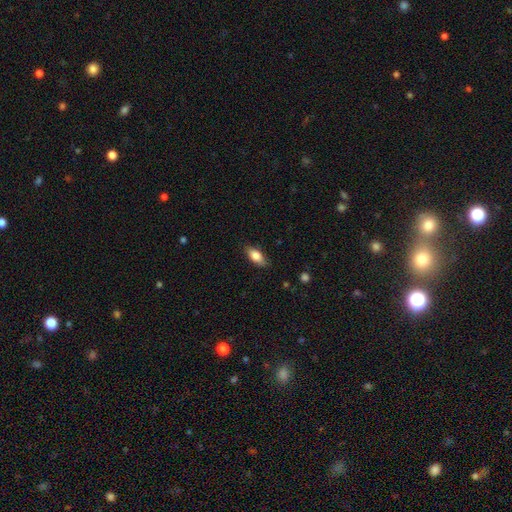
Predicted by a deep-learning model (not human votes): Smooth or featured? Predicted: smooth (p=0.80). How rounded? Predicted: in between (p=0.85). Merging? Predicted: none (p=0.83).